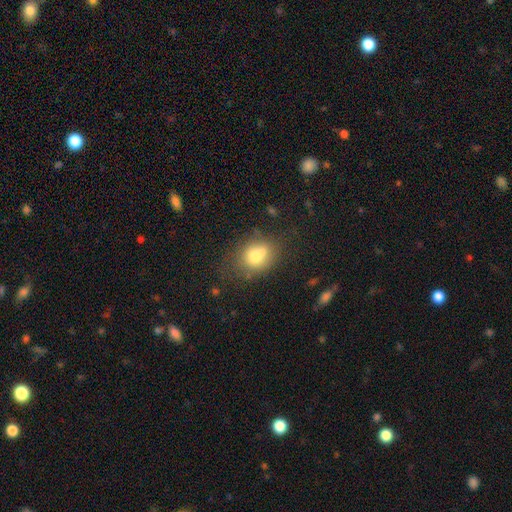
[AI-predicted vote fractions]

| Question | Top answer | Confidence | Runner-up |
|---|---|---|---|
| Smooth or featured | smooth | 70% | featured or disk (19%) |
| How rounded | round | 58% | in between (41%) |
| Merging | none | 44% | merger (36%) |